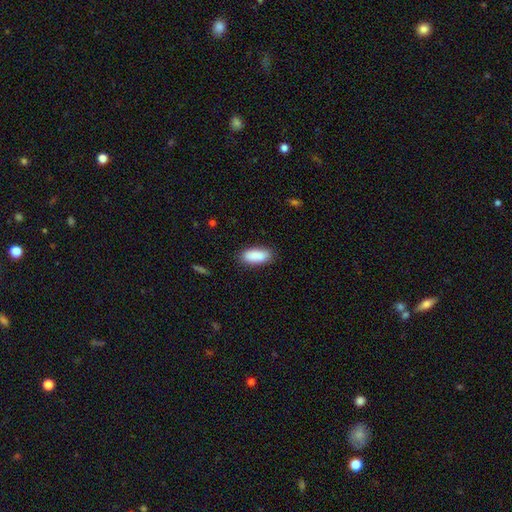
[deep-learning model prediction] Smooth or featured?
  - smooth: 89% *
  - star or artifact: 6%
  - featured or disk: 4%
How rounded?
  - in between: 83% *
  - cigar-shaped: 15%
  - round: 2%
Merging?
  - none: 85% *
  - minor disturbance: 12%
  - major disturbance: 2%
  - merger: 1%